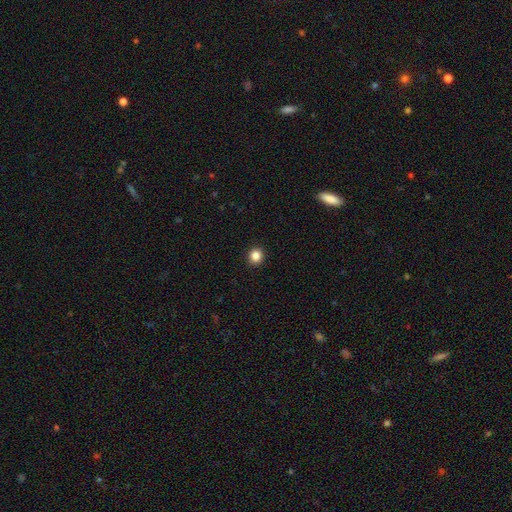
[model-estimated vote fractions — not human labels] smooth-or-featured: smooth: 85% | star or artifact: 11% | featured or disk: 4%
  how-rounded: round: 90% | in between: 9% | cigar-shaped: 1%
  merging: none: 93% | minor disturbance: 5% | major disturbance: 2% | merger: 1%